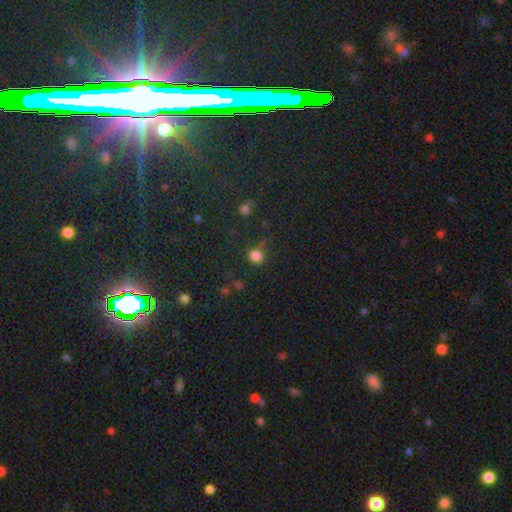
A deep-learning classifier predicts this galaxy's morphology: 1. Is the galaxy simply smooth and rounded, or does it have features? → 80% smooth, 16% star or artifact, 5% featured or disk.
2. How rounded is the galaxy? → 91% round, 8% in between, 1% cigar-shaped.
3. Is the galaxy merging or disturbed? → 73% none, 15% minor disturbance, 7% major disturbance, 5% merger.